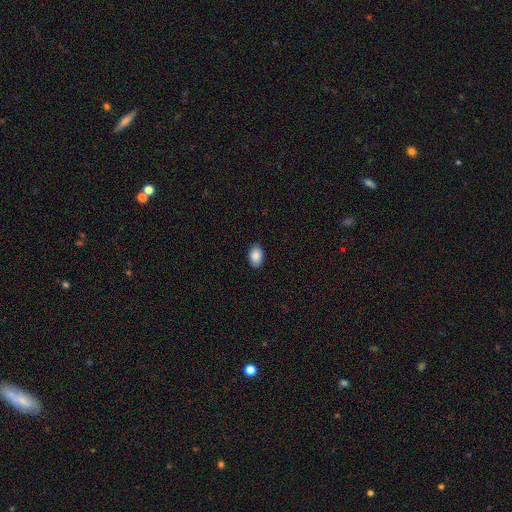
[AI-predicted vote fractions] A smooth galaxy with no disk features (88%) that is in between round and cigar-shaped (90%). Merging: none (87%).